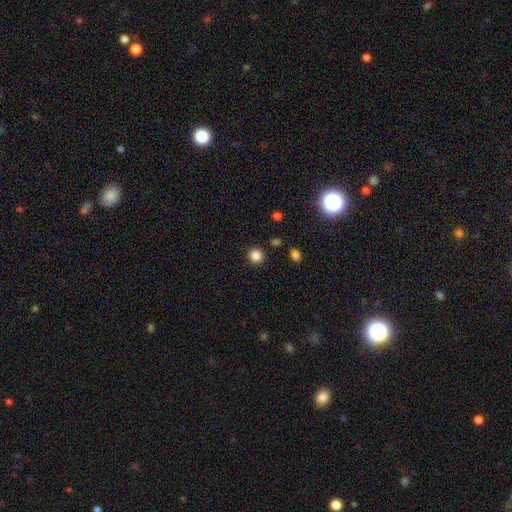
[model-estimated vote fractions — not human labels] Smooth or featured? smooth (84%)
How rounded? round (94%)
Merging? none (89%)